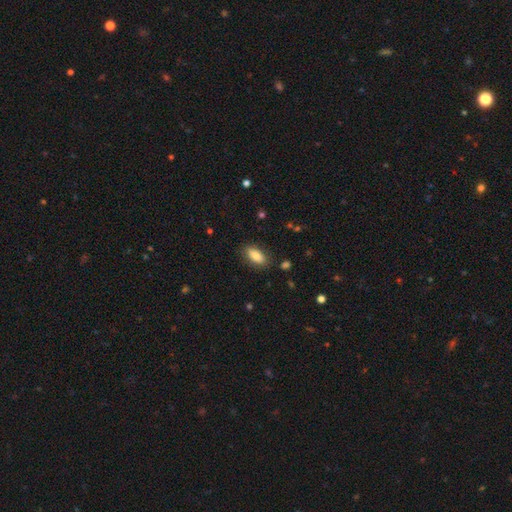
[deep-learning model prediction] This is clearly a smooth galaxy (82%). How rounded: clearly in between (86%). Merging: clearly none (84%).